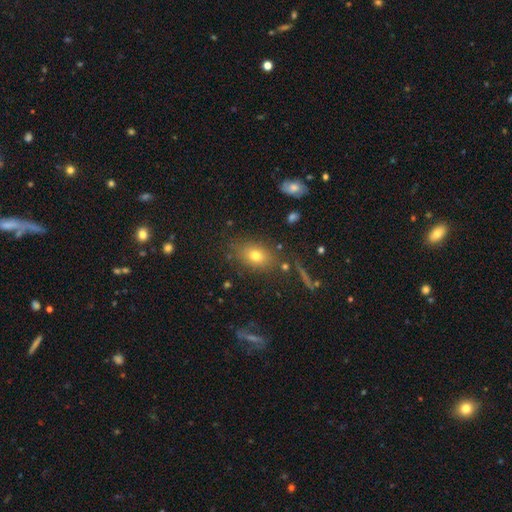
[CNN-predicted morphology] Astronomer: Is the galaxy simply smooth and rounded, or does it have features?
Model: smooth — 70%.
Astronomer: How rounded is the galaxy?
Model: in between — 71%.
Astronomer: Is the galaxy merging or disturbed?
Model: none — 81%.